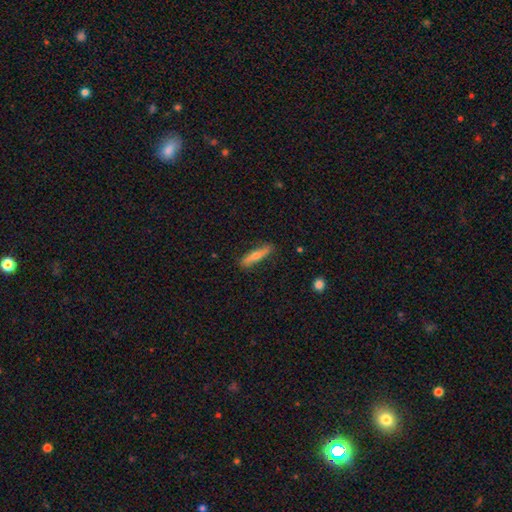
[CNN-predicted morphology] Smooth or featured?
  - smooth: 54% *
  - featured or disk: 40%
  - star or artifact: 6%
How rounded?
  - cigar-shaped: 83% *
  - in between: 15%
  - round: 2%
Merging?
  - none: 84% *
  - minor disturbance: 12%
  - major disturbance: 2%
  - merger: 1%